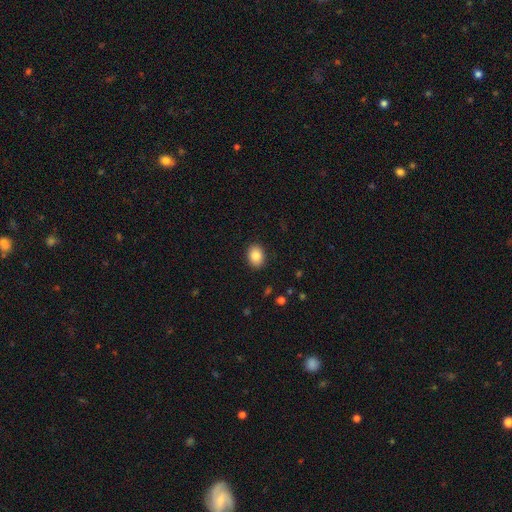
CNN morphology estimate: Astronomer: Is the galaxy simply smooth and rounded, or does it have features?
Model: smooth — 85%.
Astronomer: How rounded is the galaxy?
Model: in between — 64%.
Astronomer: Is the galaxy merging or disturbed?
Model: none — 90%.